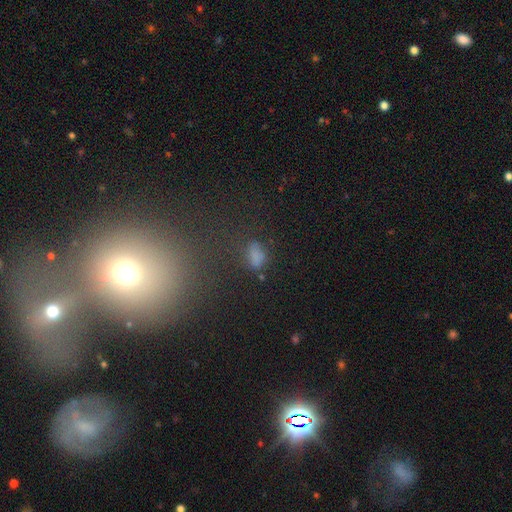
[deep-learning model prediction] Smooth or featured: smooth — 64% (star or artifact — 24%)
How rounded: in between — 82% (round — 13%)
Merging: none — 53% (minor disturbance — 25%)